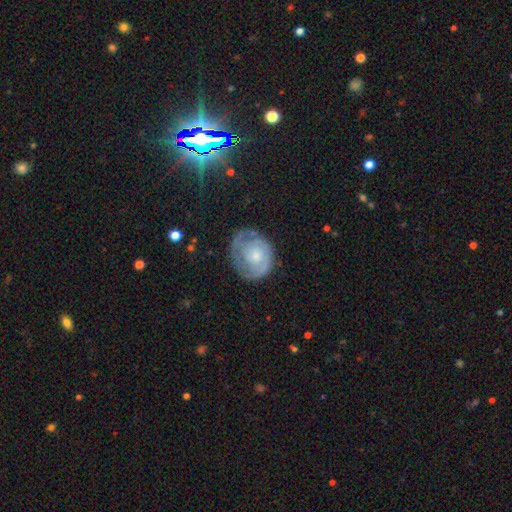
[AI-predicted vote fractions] featured or disk 67%, smooth 26%, star or artifact 7%. Down the decision tree: edge-on disk — no (97%); bar — no (79%); spiral arms — yes (85%); spiral arm count — 2 (35%, tied with can't tell); spiral winding — tight (64%); bulge size — small (59%); merging — none (64%).